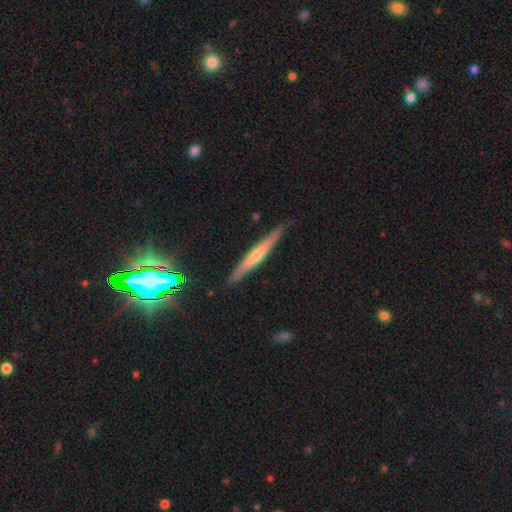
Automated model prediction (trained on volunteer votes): This is likely a featured or disk galaxy (63%). It is clearly viewed edge-on (96%). Edge-on bulge: likely rounded (68%). Merging: clearly none (87%).